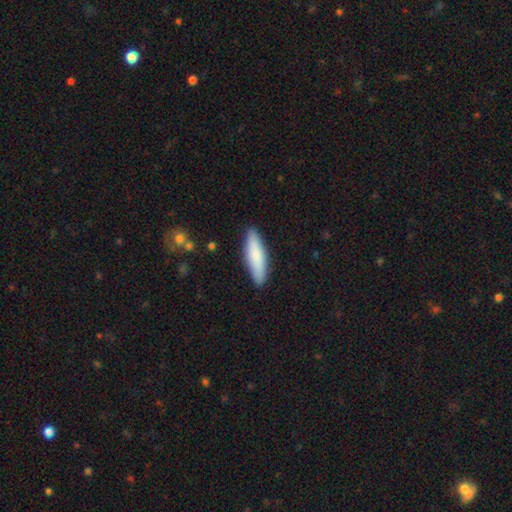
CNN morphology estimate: Smooth or featured? smooth (80%)
How rounded? cigar-shaped (63%)
Merging? none (87%)